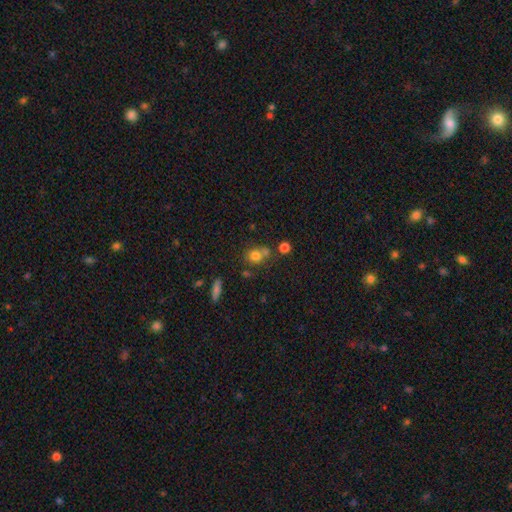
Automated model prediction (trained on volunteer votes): smooth_or_featured: smooth (p=0.75) [alt: star or artifact p=0.14]
how_rounded: round (p=0.68) [alt: in between p=0.30]
merging: none (p=0.48) [alt: merger p=0.33]